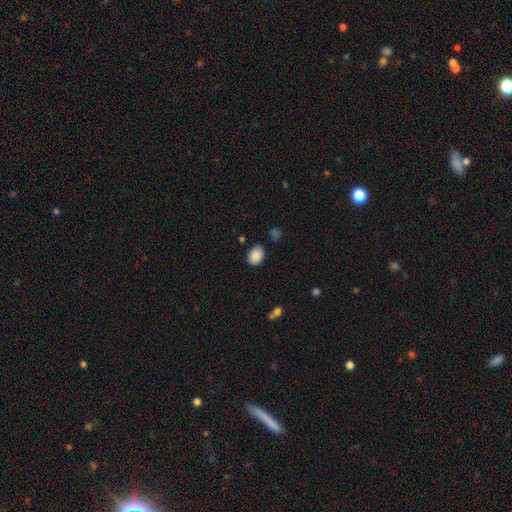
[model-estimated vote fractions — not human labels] This appears to be a smooth galaxy with no disk features (88%) that is in between round and cigar-shaped (76%). Merging: none (80%).